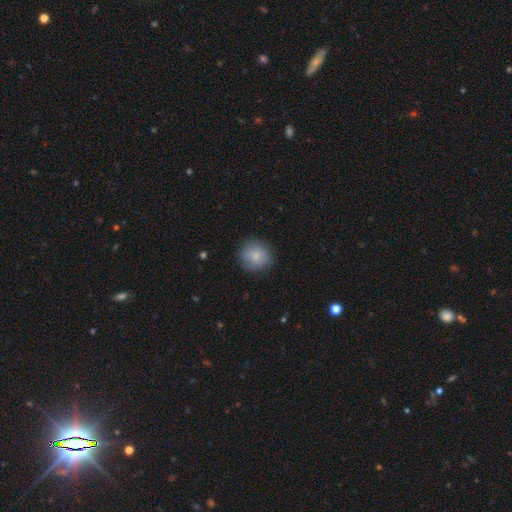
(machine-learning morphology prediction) A smooth galaxy with no disk features (83%) that is round (93%).

Vote fractions:
- Smooth or featured? smooth: 83% / featured or disk: 9% / star or artifact: 8%
- How rounded? round: 93% / in between: 6% / cigar-shaped: 1%
- Merging? none: 86% / minor disturbance: 10% / major disturbance: 3% / merger: 1%